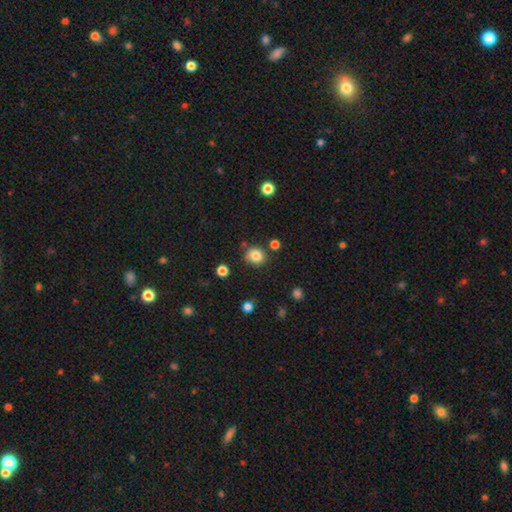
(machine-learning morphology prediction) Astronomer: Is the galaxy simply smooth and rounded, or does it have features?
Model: smooth — 83%.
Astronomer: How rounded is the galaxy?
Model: round — 83%.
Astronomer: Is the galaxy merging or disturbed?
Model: none — 80%.